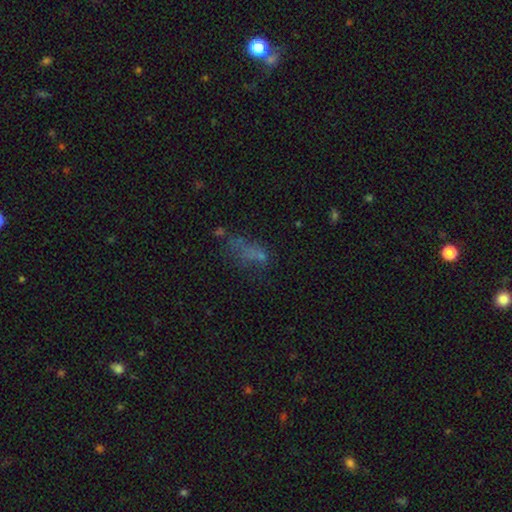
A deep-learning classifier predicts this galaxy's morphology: type=smooth (47%); merging=none (40%).